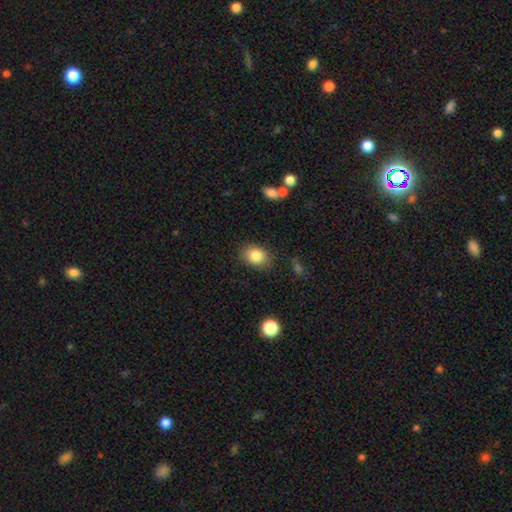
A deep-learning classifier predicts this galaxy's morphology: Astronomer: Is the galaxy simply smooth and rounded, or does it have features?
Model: smooth — 84%.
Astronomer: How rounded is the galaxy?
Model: in between — 64%.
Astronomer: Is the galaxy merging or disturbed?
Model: none — 83%.